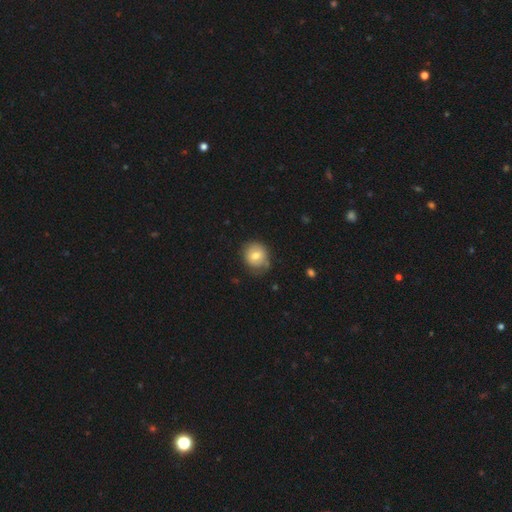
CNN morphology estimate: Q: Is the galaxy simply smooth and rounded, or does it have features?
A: smooth — 68%.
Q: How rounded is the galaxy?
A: round — 77%.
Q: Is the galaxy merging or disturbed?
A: none — 65%.